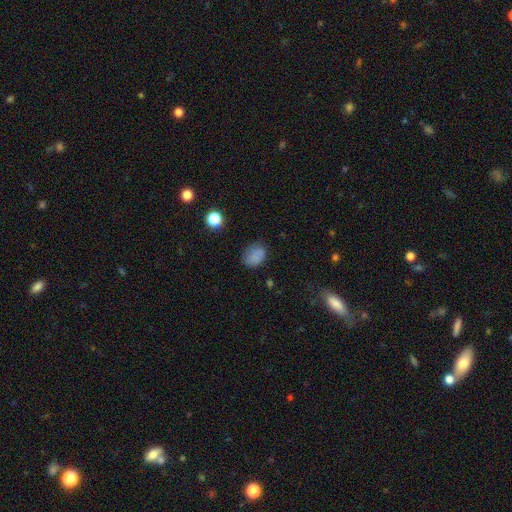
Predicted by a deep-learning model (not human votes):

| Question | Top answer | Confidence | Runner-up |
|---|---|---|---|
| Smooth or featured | smooth | 80% | star or artifact (12%) |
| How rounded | in between | 62% | round (37%) |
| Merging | none | 71% | minor disturbance (21%) |